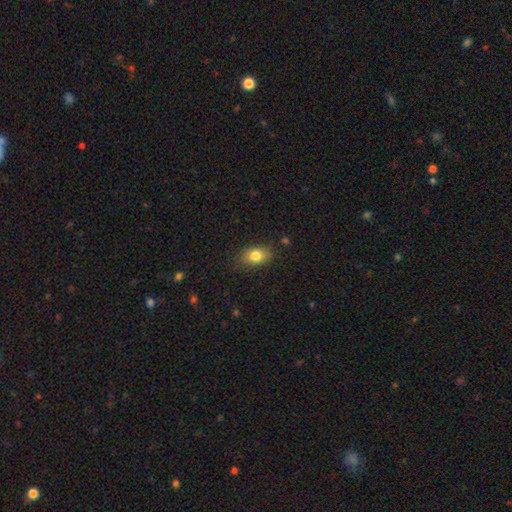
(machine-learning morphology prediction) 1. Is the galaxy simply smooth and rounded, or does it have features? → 81% smooth, 10% featured or disk, 9% star or artifact.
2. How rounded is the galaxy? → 81% in between, 17% round, 2% cigar-shaped.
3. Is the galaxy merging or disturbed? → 80% none, 16% minor disturbance, 4% major disturbance, 1% merger.